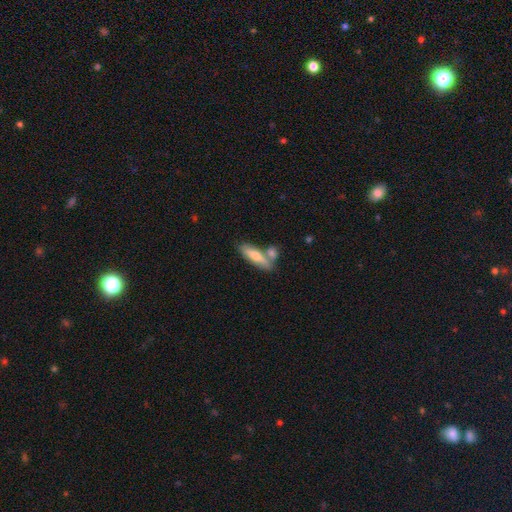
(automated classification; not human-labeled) smooth_or_featured: smooth (p=0.62) [alt: featured or disk p=0.32]
how_rounded: cigar-shaped (p=0.55) [alt: in between p=0.42]
merging: none (p=0.57) [alt: merger p=0.27]